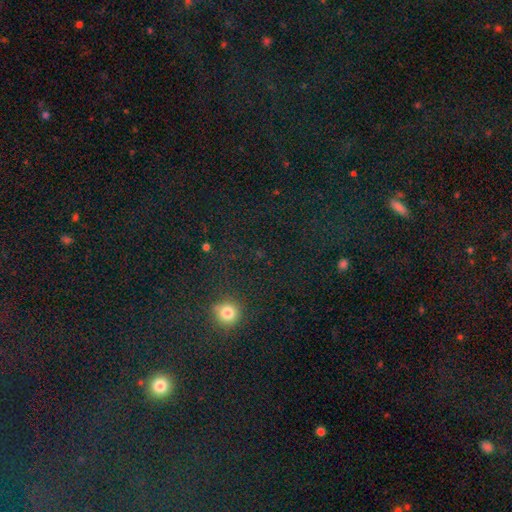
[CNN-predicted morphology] A star or artifact, not a galaxy (65%).

Vote fractions:
- Smooth or featured? star or artifact: 65% / smooth: 28% / featured or disk: 7%